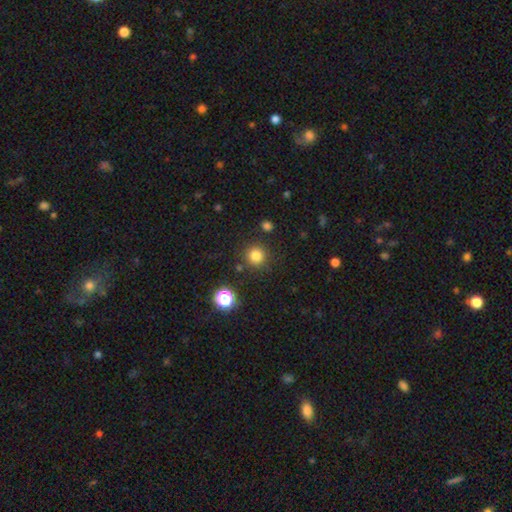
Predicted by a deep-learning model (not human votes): smooth 80%, star or artifact 15%, featured or disk 5%. Down the decision tree: how rounded — round (95%); merging — none (87%).